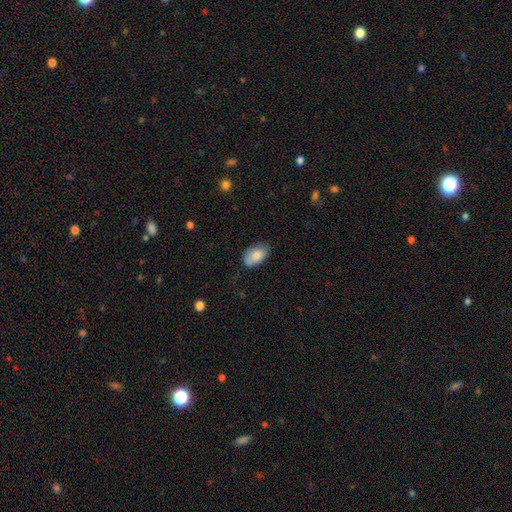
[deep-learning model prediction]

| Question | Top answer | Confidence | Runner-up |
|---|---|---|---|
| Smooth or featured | smooth | 83% | featured or disk (10%) |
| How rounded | in between | 93% | round (6%) |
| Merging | none | 66% | minor disturbance (27%) |